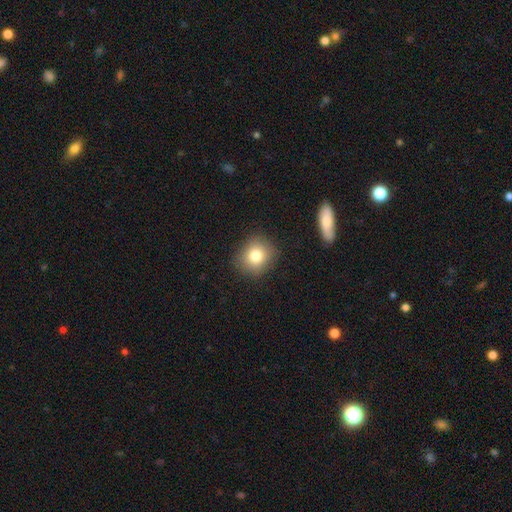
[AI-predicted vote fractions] Smooth or featured?
  - smooth: 80% *
  - star or artifact: 10%
  - featured or disk: 10%
How rounded?
  - round: 81% *
  - in between: 18%
  - cigar-shaped: 1%
Merging?
  - none: 86% *
  - minor disturbance: 10%
  - major disturbance: 3%
  - merger: 2%